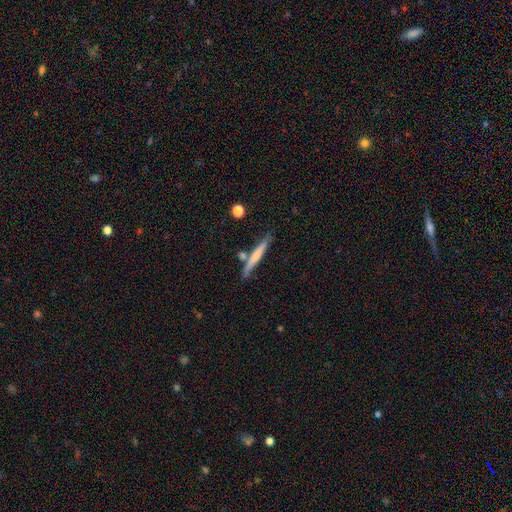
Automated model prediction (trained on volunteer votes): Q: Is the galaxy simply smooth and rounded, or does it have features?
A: smooth — 57%.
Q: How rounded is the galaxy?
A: cigar-shaped — 95%.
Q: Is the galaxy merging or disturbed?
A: none — 77%.